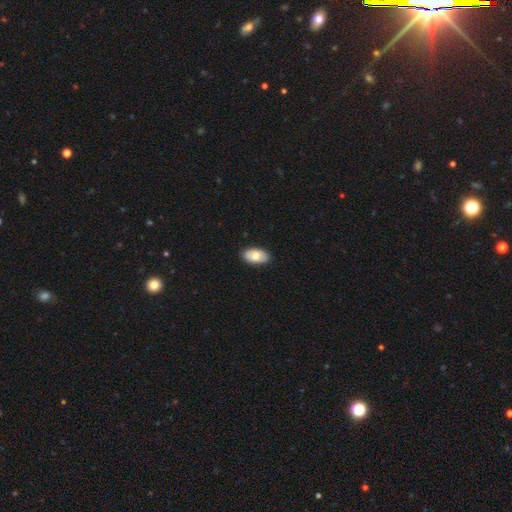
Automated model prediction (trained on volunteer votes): Morphology: type=smooth (70%); roundness=in between (94%); merging=none (89%).